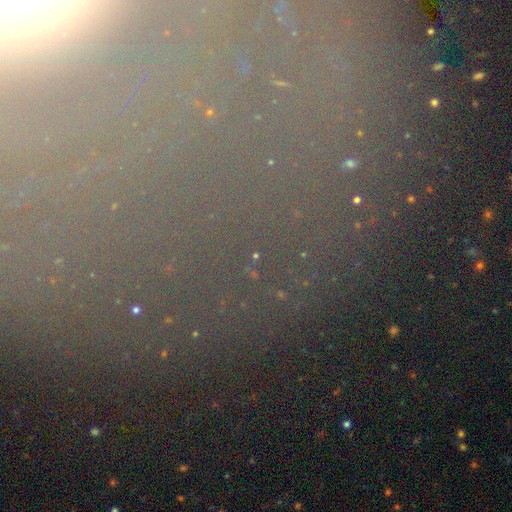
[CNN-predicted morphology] A star or artifact, not a galaxy (74%).

Vote fractions:
- Smooth or featured? star or artifact: 74% / featured or disk: 13% / smooth: 13%